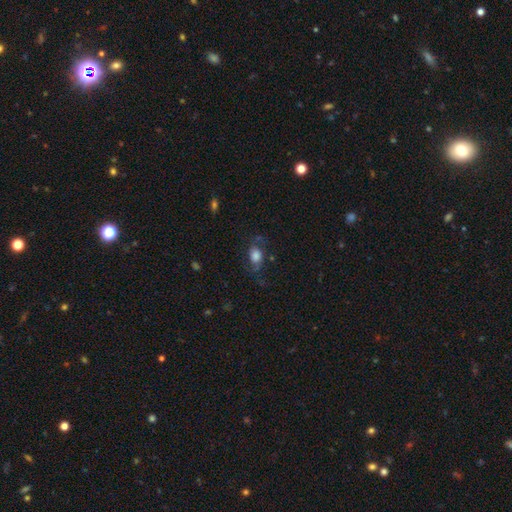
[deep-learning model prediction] Smooth or featured? smooth (62%)
How rounded? in between (70%)
Merging? none (57%)